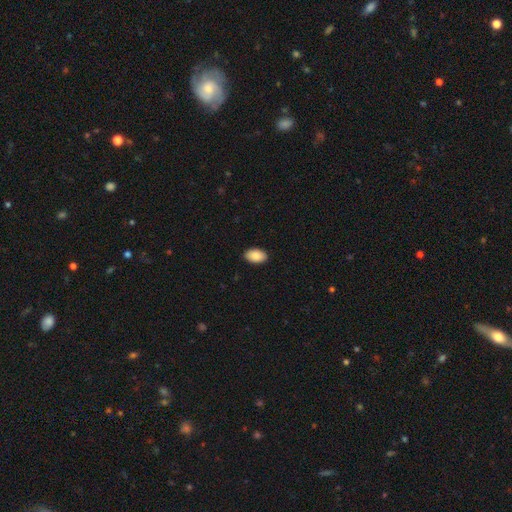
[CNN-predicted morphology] This appears to be a smooth galaxy with no disk features (88%) that is in between round and cigar-shaped (94%). Merging: none (90%).